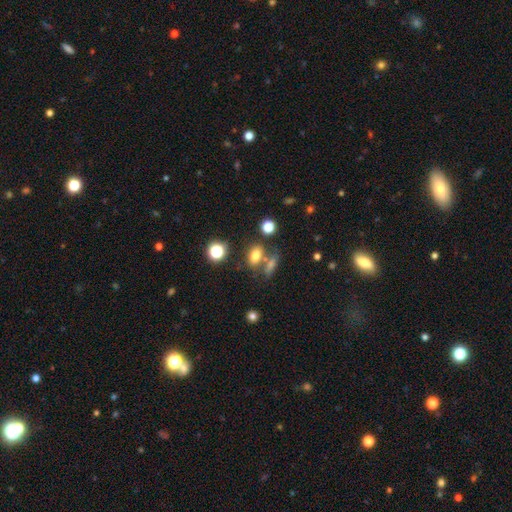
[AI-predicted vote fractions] This appears to be a smooth galaxy with no disk features (74%) that is in between round and cigar-shaped (78%). Merging: none (58%).